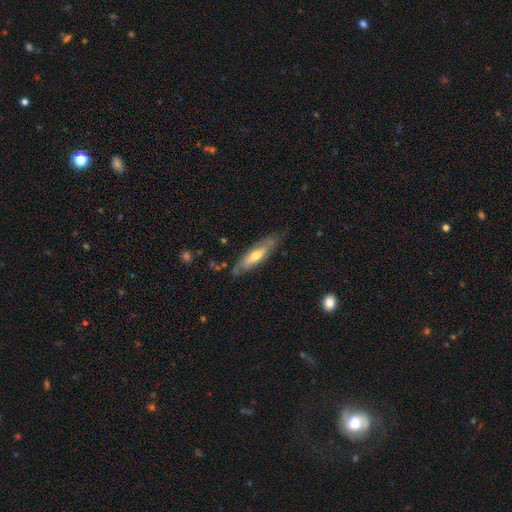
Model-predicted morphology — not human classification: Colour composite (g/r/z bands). It shows a featured or disk galaxy (58%) viewed edge-on (51%). Merging: none (74%).